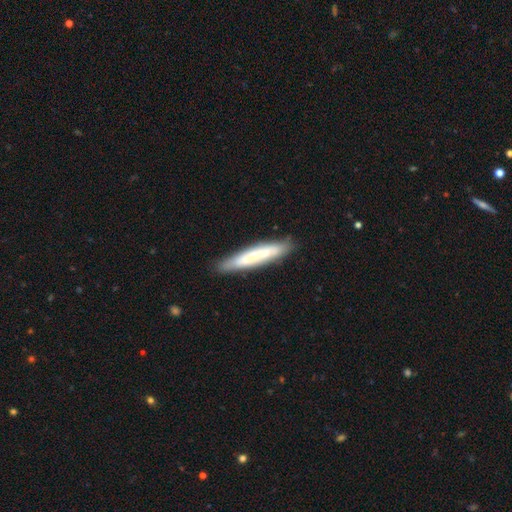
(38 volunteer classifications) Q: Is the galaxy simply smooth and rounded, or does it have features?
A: smooth — 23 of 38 (61%).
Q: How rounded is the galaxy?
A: cigar-shaped — 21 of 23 (91%).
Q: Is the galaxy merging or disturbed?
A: none — 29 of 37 (78%).